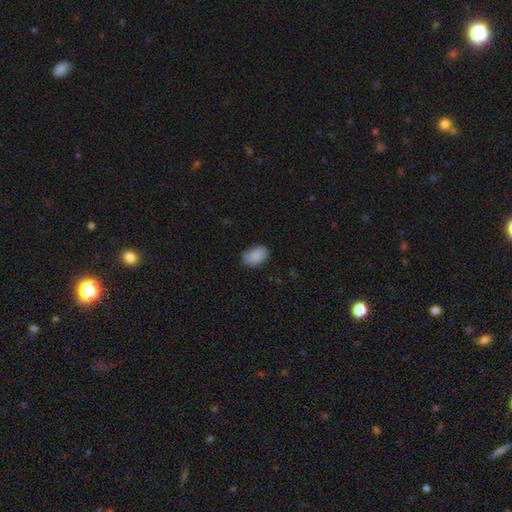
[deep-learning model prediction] smooth 82%, featured or disk 11%, star or artifact 7%. Down the decision tree: how rounded — in between (85%); merging — none (74%).